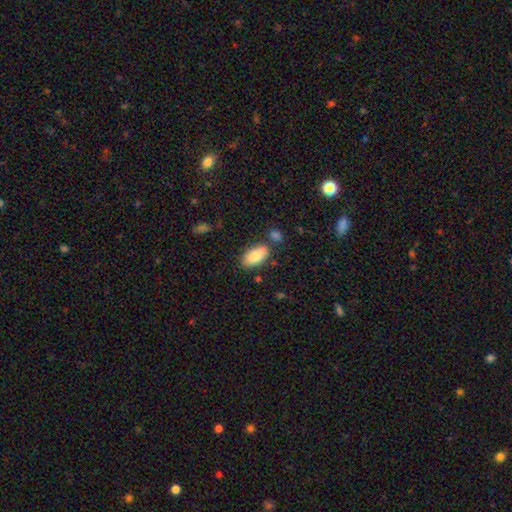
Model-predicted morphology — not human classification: Smooth or featured: smooth — 84% (featured or disk — 10%)
How rounded: in between — 93% (cigar-shaped — 4%)
Merging: none — 76% (minor disturbance — 13%)